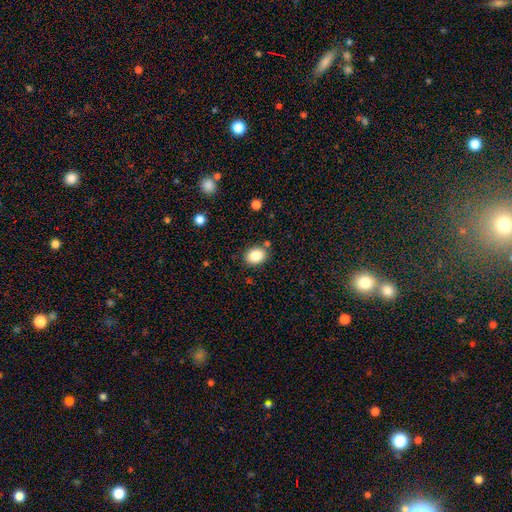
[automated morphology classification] Q: Smooth or featured?
A: smooth (85%); runner-up: star or artifact (9%)
Q: How rounded?
A: in between (56%); runner-up: round (43%)
Q: Merging?
A: none (83%); runner-up: minor disturbance (10%)